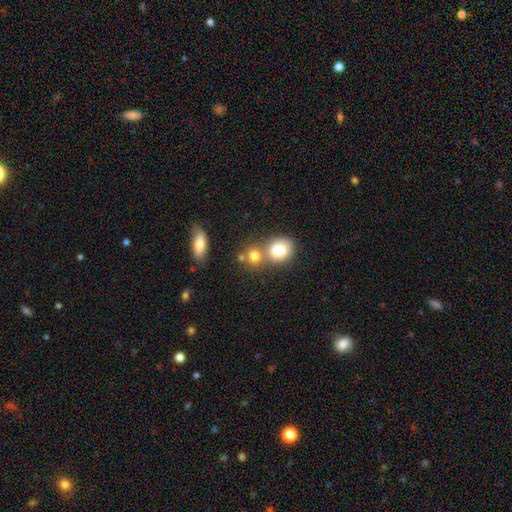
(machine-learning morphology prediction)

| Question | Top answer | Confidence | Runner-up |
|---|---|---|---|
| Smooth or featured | smooth | 74% | star or artifact (16%) |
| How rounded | round | 69% | in between (29%) |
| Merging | none | 47% | merger (38%) |